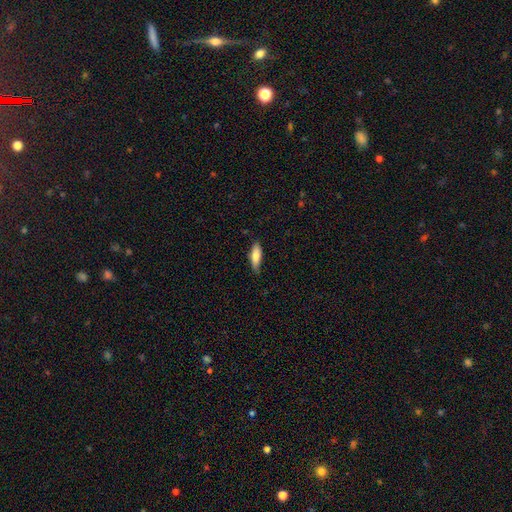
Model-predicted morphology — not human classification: Overall: smooth (79%). How rounded: in between (59%; cigar-shaped 39%). Merging: none (75%).